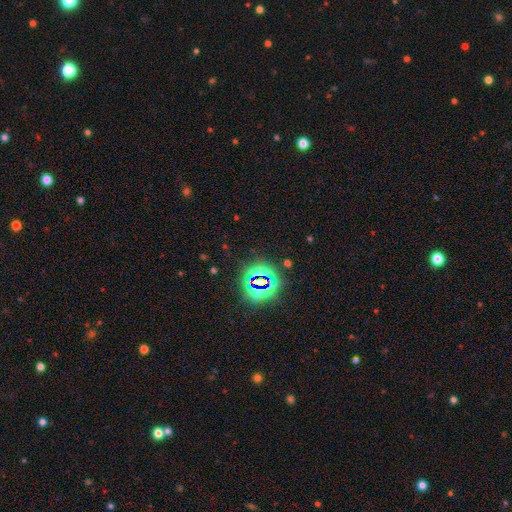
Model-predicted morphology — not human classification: Overall: star or artifact (72%).